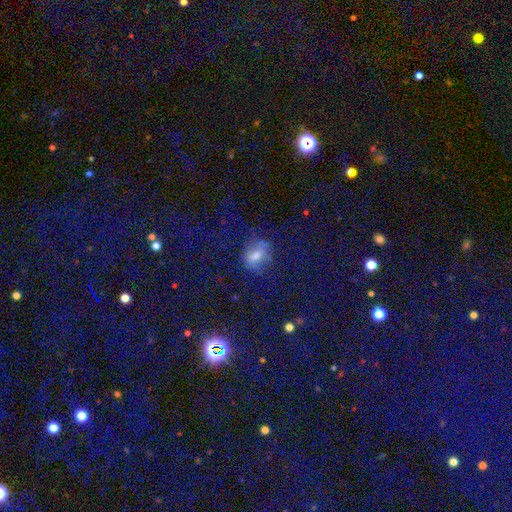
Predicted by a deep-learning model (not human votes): smooth 52%, star or artifact 29%, featured or disk 20%. Down the decision tree: how rounded — in between (56%); merging — none (65%).